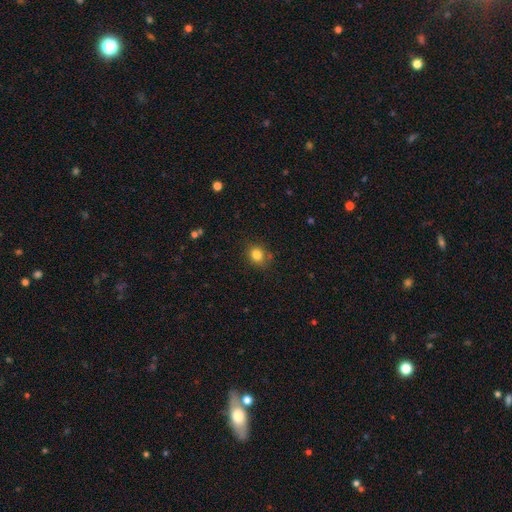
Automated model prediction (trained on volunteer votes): A smooth galaxy with no disk features (81%) that is round (69%).

Vote fractions:
- Smooth or featured? smooth: 81% / star or artifact: 12% / featured or disk: 6%
- How rounded? round: 69% / in between: 30% / cigar-shaped: 1%
- Merging? none: 80% / minor disturbance: 14% / major disturbance: 3% / merger: 2%